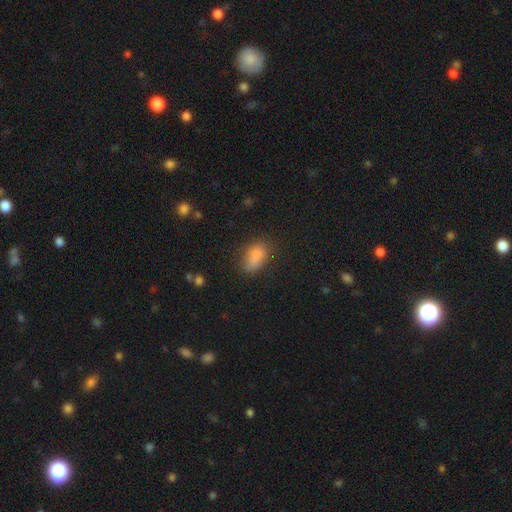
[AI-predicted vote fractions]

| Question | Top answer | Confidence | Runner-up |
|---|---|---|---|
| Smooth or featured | smooth | 84% | star or artifact (10%) |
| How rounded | in between | 89% | round (8%) |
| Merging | none | 68% | minor disturbance (22%) |